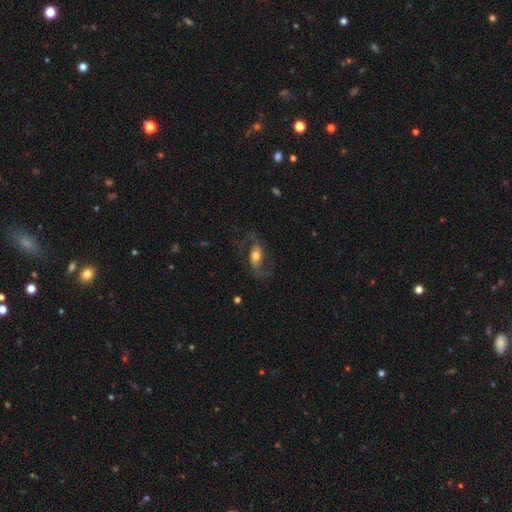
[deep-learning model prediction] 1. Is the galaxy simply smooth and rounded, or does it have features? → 60% featured or disk, 33% smooth, 8% star or artifact.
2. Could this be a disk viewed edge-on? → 90% no, 10% yes.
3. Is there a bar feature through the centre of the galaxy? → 49% no, 32% weak, 19% strong.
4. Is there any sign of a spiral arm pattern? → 84% yes, 16% no.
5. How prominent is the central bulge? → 59% moderate, 25% large, 11% small, 3% dominant, 2% none.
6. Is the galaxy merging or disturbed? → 64% none, 18% major disturbance, 17% minor disturbance, 2% merger.